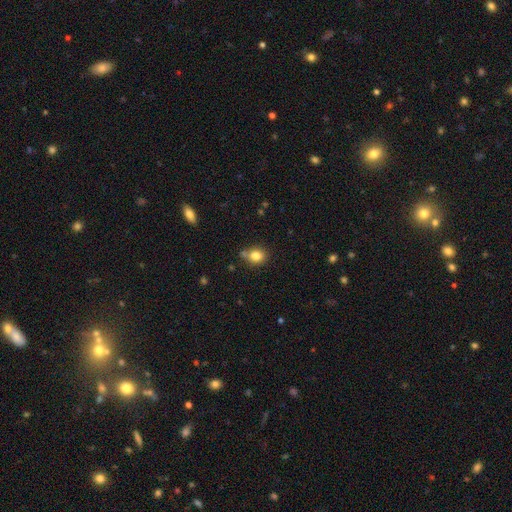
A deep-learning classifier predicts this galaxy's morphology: A smooth galaxy with no disk features (82%) that is round (62%).

Vote fractions:
- Smooth or featured? smooth: 82% / star or artifact: 11% / featured or disk: 7%
- How rounded? round: 62% / in between: 37% / cigar-shaped: 1%
- Merging? none: 65% / minor disturbance: 19% / merger: 11% / major disturbance: 5%